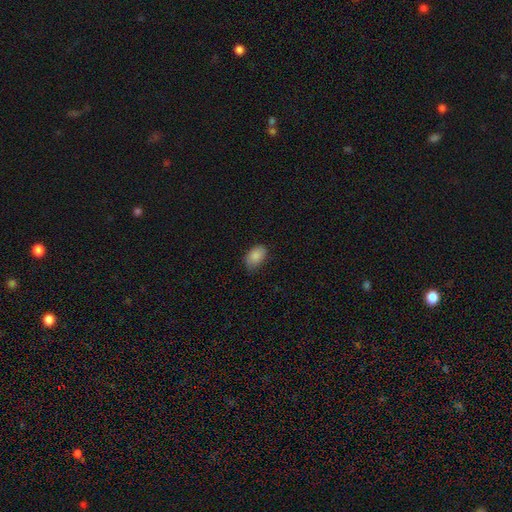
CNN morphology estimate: Overall: smooth (88%). How rounded: in between (88%). Merging: none (72%).